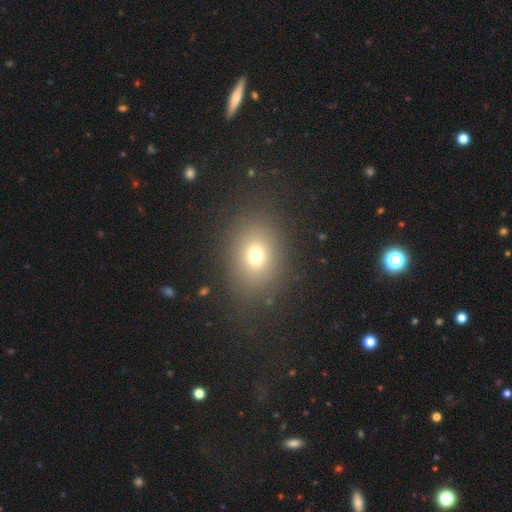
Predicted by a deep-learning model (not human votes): Smooth or featured? smooth (71%)
How rounded? in between (56%)
Merging? none (83%)